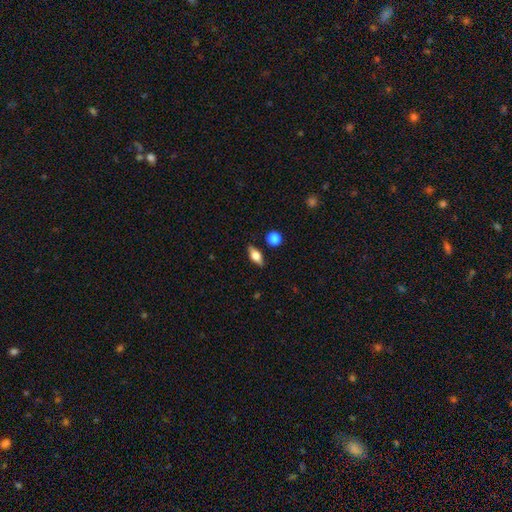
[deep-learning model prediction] smooth_or_featured: smooth (p=0.52) [alt: featured or disk p=0.40]
how_rounded: in between (p=0.71) [alt: cigar-shaped p=0.21]
merging: none (p=0.85) [alt: minor disturbance p=0.10]